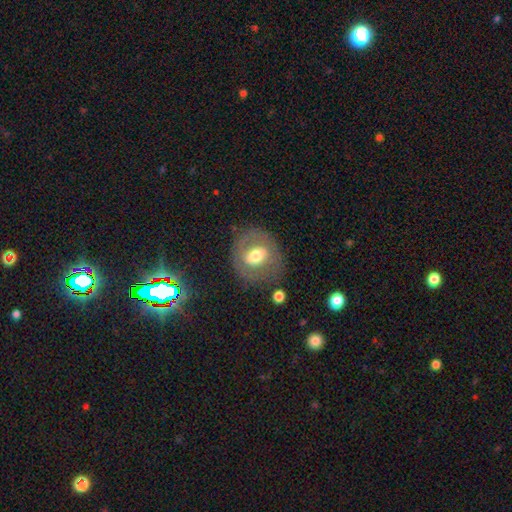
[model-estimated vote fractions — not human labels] Smooth or featured?
  - featured or disk: 47% *
  - smooth: 45%
  - star or artifact: 8%
Merging?
  - none: 72% *
  - minor disturbance: 16%
  - major disturbance: 9%
  - merger: 3%